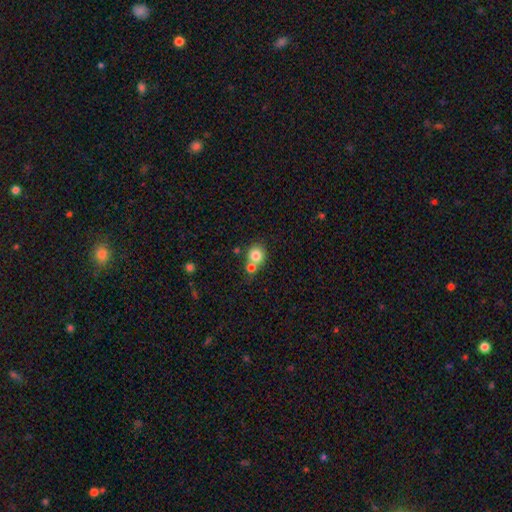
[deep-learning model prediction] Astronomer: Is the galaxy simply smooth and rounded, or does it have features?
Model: smooth — 81%.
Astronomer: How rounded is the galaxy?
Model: round — 85%.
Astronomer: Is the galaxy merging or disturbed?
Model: none — 49% (runner-up: merger, 41%).